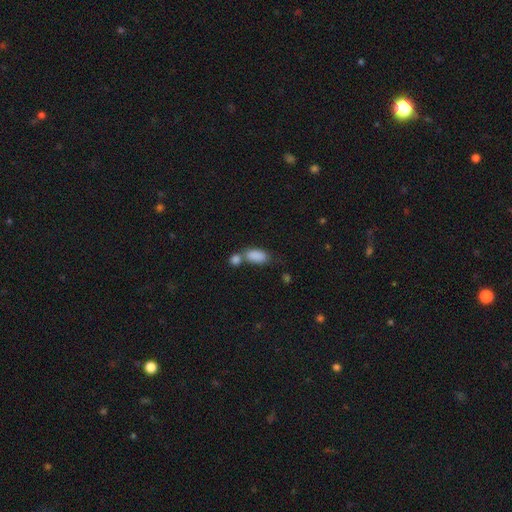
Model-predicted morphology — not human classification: smooth 87%, star or artifact 8%, featured or disk 6%. Down the decision tree: how rounded — in between (90%); merging — merger (46%).